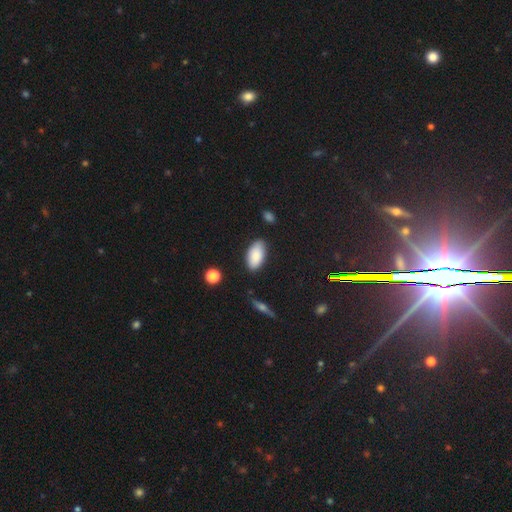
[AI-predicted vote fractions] Morphology: type=smooth (87%); roundness=in between (94%); merging=none (81%).